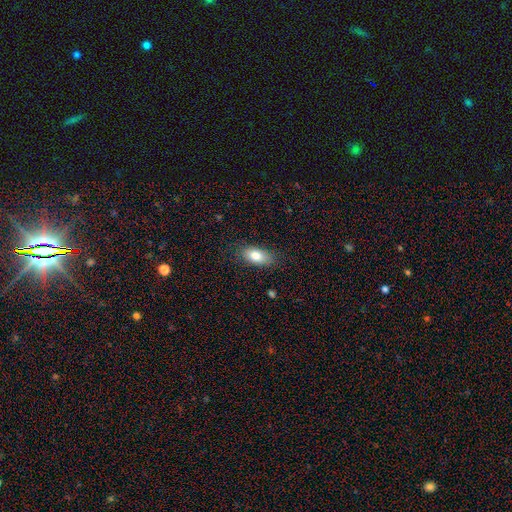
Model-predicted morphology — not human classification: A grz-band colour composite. It shows a smooth galaxy with no disk features (81%) that is in between round and cigar-shaped (90%). Merging: none (81%).